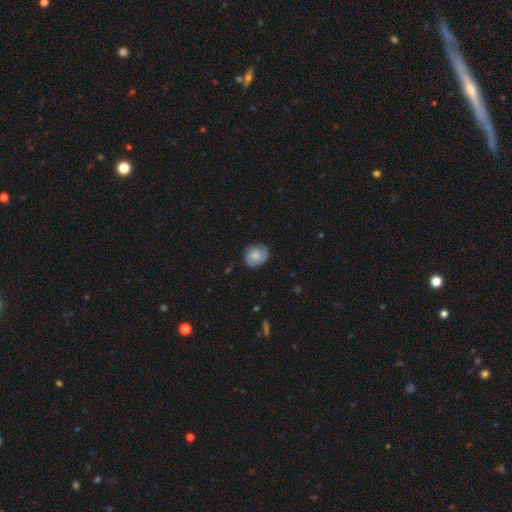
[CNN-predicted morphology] smooth 66%, featured or disk 27%, star or artifact 7%. Down the decision tree: how rounded — round (64%); merging — none (79%).